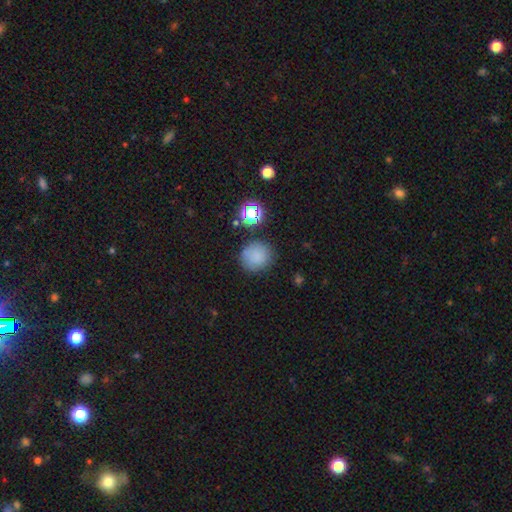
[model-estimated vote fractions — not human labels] Q: Smooth or featured?
A: smooth (79%); runner-up: star or artifact (15%)
Q: How rounded?
A: round (90%); runner-up: in between (9%)
Q: Merging?
A: none (79%); runner-up: minor disturbance (12%)